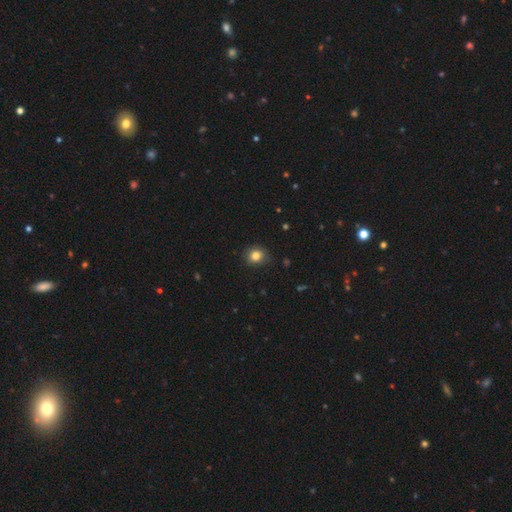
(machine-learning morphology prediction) Smooth or featured? smooth (83%)
How rounded? round (74%)
Merging? none (84%)